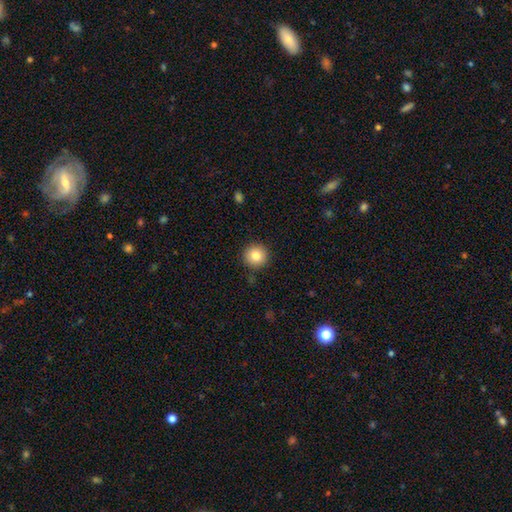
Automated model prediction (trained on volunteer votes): Q: Smooth or featured?
A: smooth (83%); runner-up: star or artifact (10%)
Q: How rounded?
A: round (95%); runner-up: in between (4%)
Q: Merging?
A: none (90%); runner-up: minor disturbance (6%)